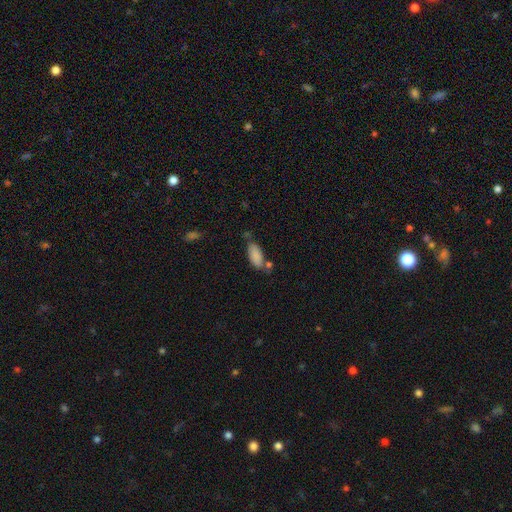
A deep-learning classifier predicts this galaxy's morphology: smooth_or_featured: smooth (p=0.86) [alt: star or artifact p=0.07]
how_rounded: in between (p=0.85) [alt: cigar-shaped p=0.13]
merging: none (p=0.58) [alt: minor disturbance p=0.21]